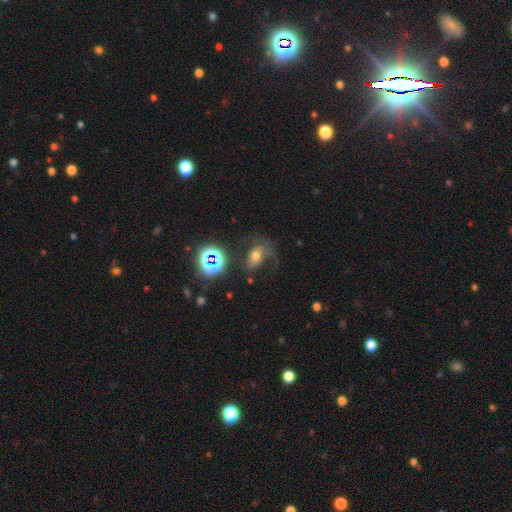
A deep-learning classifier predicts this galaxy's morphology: A smooth galaxy with no disk features (42%).

Vote fractions:
- Smooth or featured? smooth: 42% / featured or disk: 36% / star or artifact: 21%
- Merging? none: 43% / major disturbance: 30% / minor disturbance: 22% / merger: 5%